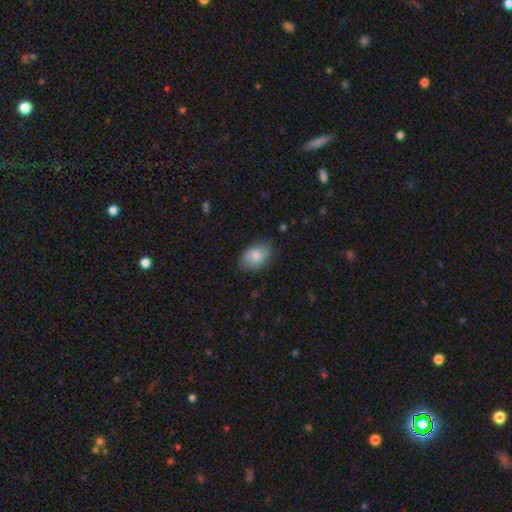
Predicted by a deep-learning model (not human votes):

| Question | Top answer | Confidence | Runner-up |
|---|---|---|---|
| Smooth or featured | smooth | 80% | featured or disk (13%) |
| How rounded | in between | 82% | round (16%) |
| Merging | none | 71% | minor disturbance (24%) |